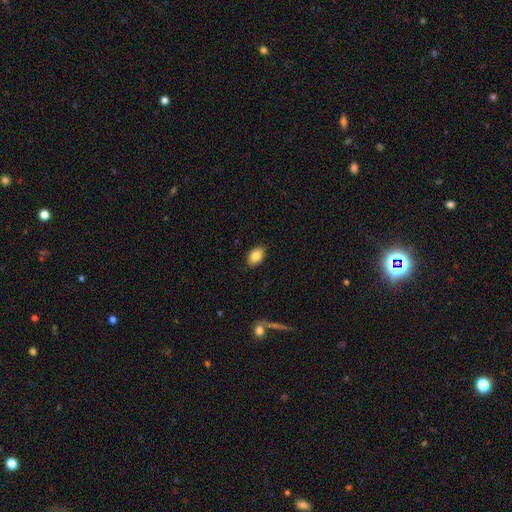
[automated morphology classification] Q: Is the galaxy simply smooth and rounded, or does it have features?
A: smooth — 84%.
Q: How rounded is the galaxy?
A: in between — 87%.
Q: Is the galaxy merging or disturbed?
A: none — 87%.